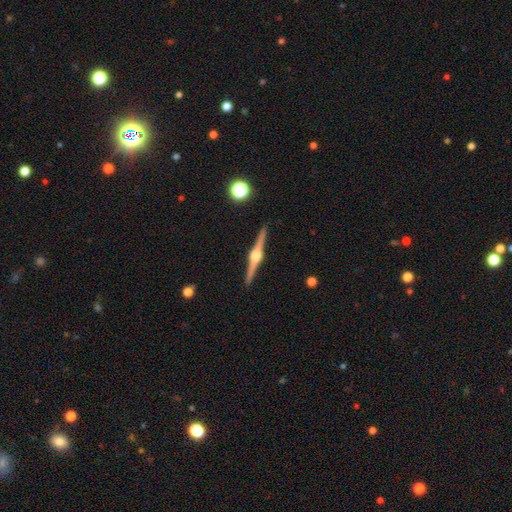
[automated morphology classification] Smooth or featured: featured or disk — 88% (smooth — 6%)
Edge-on disk: yes — 99% (no — 1%)
Edge-on bulge: rounded — 93% (boxy — 6%)
Merging: none — 92% (minor disturbance — 5%)